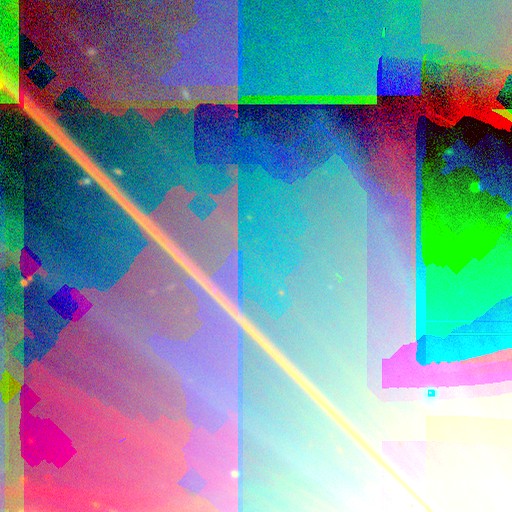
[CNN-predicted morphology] smooth-or-featured: star or artifact: 88% | featured or disk: 7% | smooth: 5%